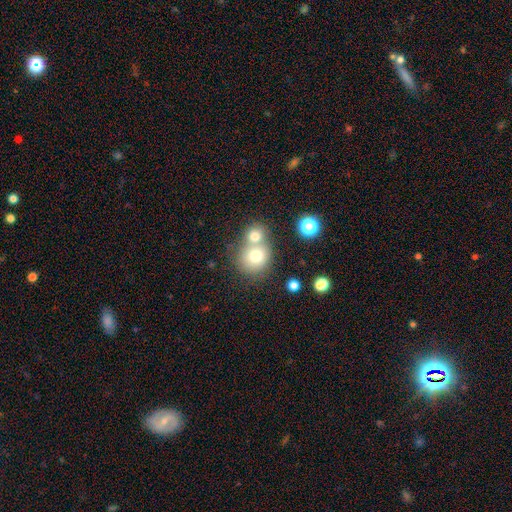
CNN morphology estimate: This appears to be a smooth galaxy with no disk features (73%) that is round (80%). Merging: merger (54%).